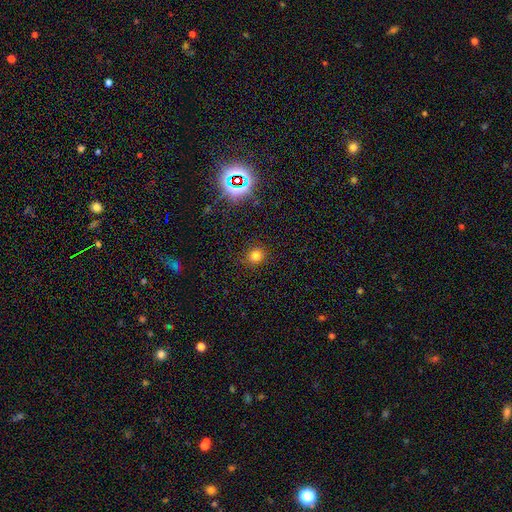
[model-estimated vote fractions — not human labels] smooth 75%, star or artifact 19%, featured or disk 6%. Down the decision tree: how rounded — round (88%); merging — none (89%).